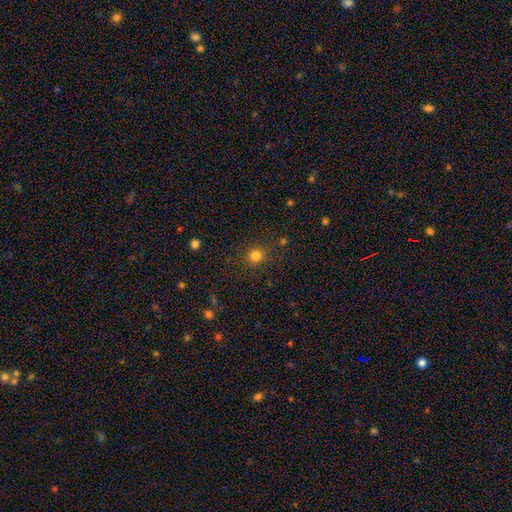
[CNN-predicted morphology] smooth 80%, star or artifact 15%, featured or disk 5%. Down the decision tree: how rounded — round (90%); merging — none (85%).